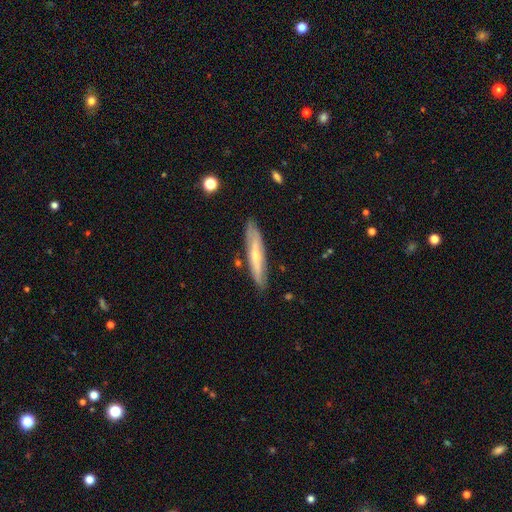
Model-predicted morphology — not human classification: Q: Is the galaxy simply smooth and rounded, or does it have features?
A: featured or disk — 57%.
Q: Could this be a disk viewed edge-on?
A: yes — 68%.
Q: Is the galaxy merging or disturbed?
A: none — 82%.